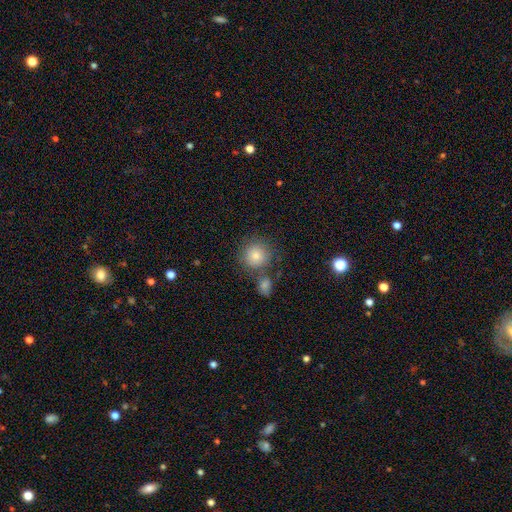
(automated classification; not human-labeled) A smooth galaxy with no disk features (78%) that is round (92%).

Vote fractions:
- Smooth or featured? smooth: 78% / star or artifact: 12% / featured or disk: 10%
- How rounded? round: 92% / in between: 7% / cigar-shaped: 1%
- Merging? none: 71% / merger: 15% / minor disturbance: 10% / major disturbance: 4%